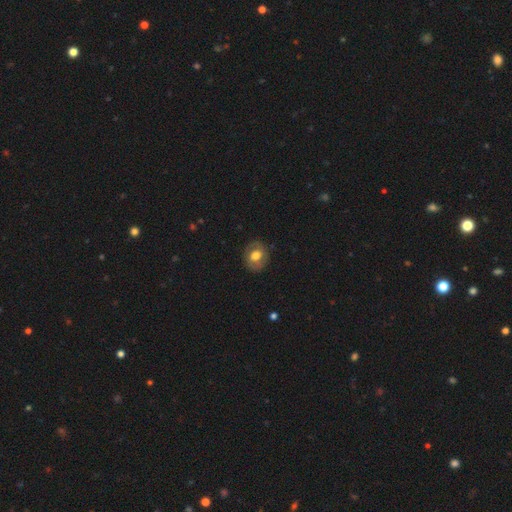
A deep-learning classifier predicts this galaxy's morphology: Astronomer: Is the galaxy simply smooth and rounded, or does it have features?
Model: smooth — 56% (runner-up: featured or disk, 37%).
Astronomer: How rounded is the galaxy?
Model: round — 68%.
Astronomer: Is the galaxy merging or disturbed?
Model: none — 83%.